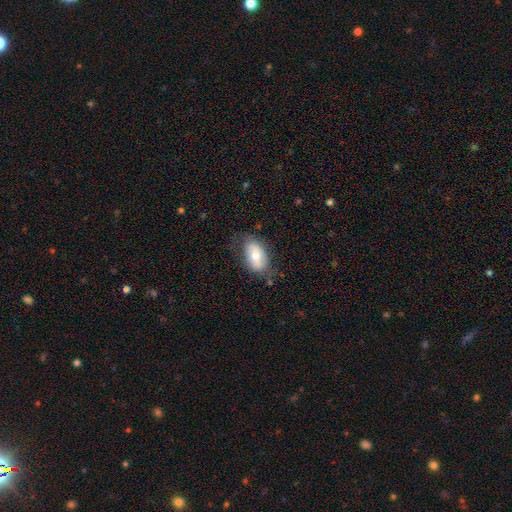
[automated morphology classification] smooth 66%, featured or disk 27%, star or artifact 7%. Down the decision tree: how rounded — in between (91%); merging — none (68%).